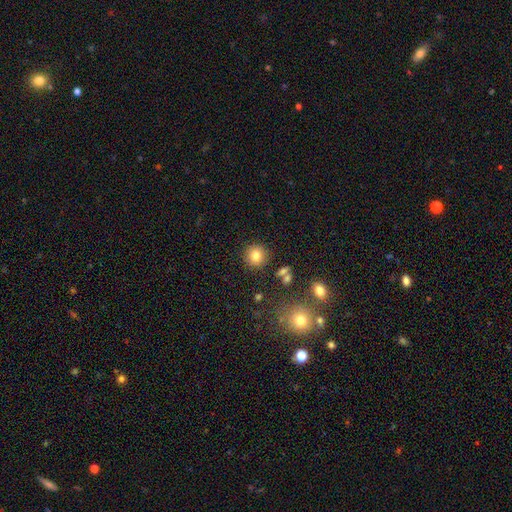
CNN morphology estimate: Smooth or featured: smooth — 80% (star or artifact — 12%)
How rounded: round — 93% (in between — 6%)
Merging: none — 88% (minor disturbance — 6%)